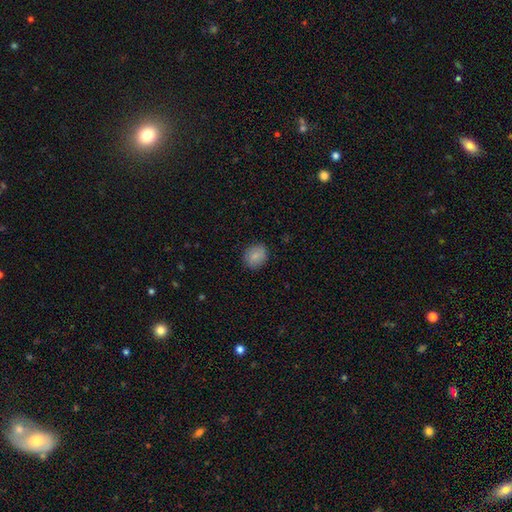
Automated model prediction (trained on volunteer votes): A smooth galaxy with no disk features (83%) that is round (70%). Merging: none (86%).